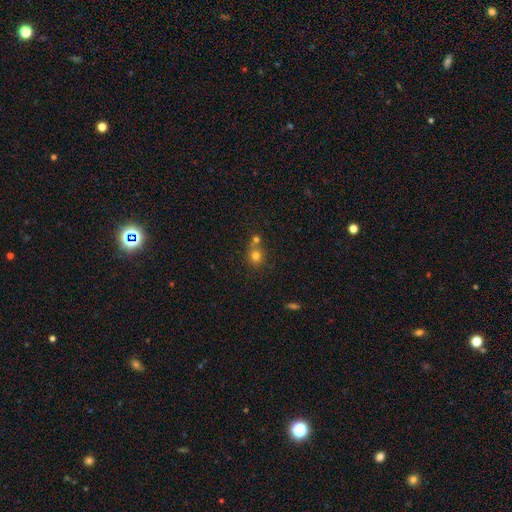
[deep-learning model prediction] smooth-or-featured: smooth: 76% | star or artifact: 15% | featured or disk: 10%
  how-rounded: round: 84% | in between: 15% | cigar-shaped: 1%
  merging: none: 52% | merger: 36% | minor disturbance: 8% | major disturbance: 3%